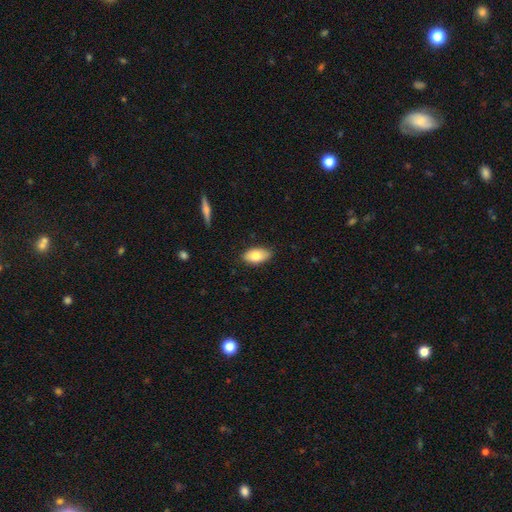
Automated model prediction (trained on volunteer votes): The model was most divided on "smooth or featured": smooth: 79%, featured or disk: 15%, star or artifact: 7%. More confident: how rounded — in between (93%); merging — none (84%).